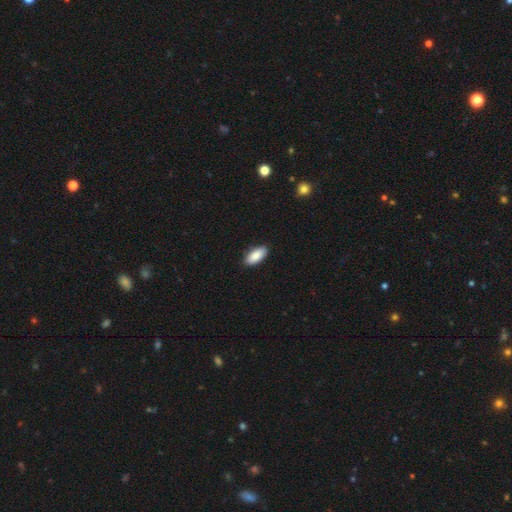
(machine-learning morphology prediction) Smooth or featured: smooth — 88% (star or artifact — 6%)
How rounded: in between — 91% (cigar-shaped — 7%)
Merging: none — 88% (minor disturbance — 9%)